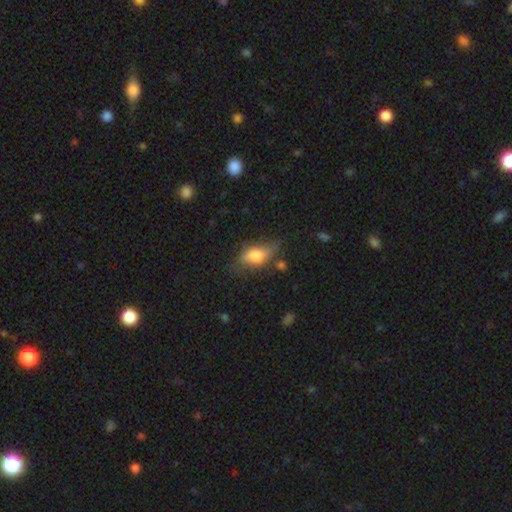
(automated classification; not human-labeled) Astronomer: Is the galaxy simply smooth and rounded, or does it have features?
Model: smooth — 67%.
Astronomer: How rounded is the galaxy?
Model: in between — 82%.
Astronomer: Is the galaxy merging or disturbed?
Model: none — 55%.